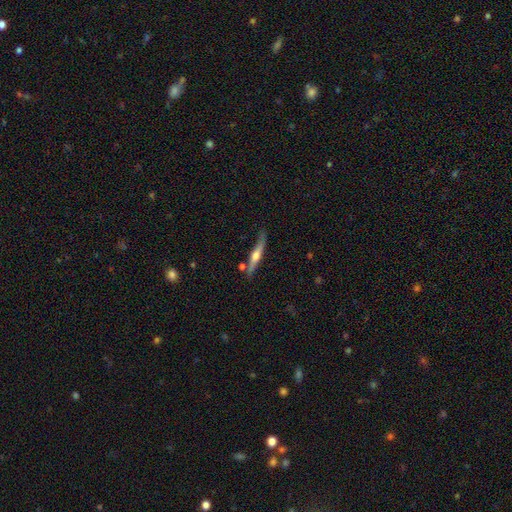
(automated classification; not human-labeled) Smooth or featured: featured or disk — 65% (smooth — 30%)
Edge-on disk: yes — 96% (no — 4%)
Edge-on bulge: rounded — 91% (none — 5%)
Merging: none — 76% (minor disturbance — 15%)